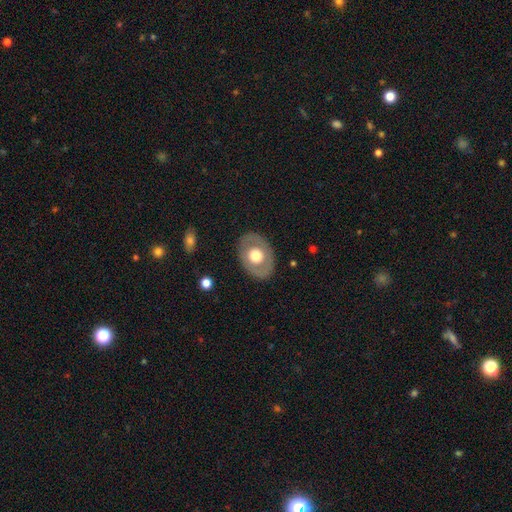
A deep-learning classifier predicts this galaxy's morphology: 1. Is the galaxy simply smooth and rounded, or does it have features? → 51% smooth, 43% featured or disk, 5% star or artifact.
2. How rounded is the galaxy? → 70% in between, 29% round, 1% cigar-shaped.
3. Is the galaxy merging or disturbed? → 85% none, 10% minor disturbance, 4% major disturbance, 1% merger.